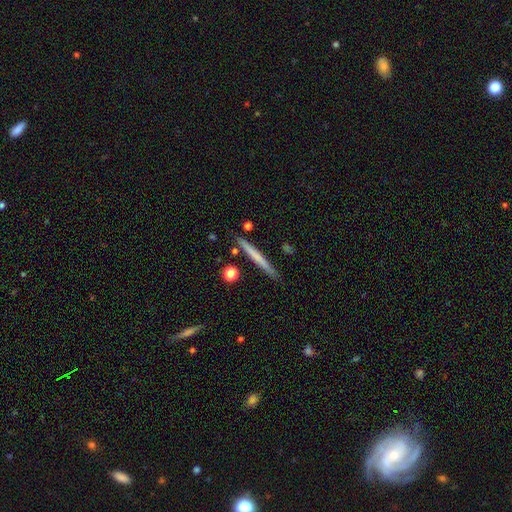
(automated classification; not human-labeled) smooth-or-featured: smooth: 57% | featured or disk: 37% | star or artifact: 6%
  how-rounded: cigar-shaped: 96% | in between: 2% | round: 2%
  merging: none: 87% | minor disturbance: 8% | merger: 3% | major disturbance: 2%